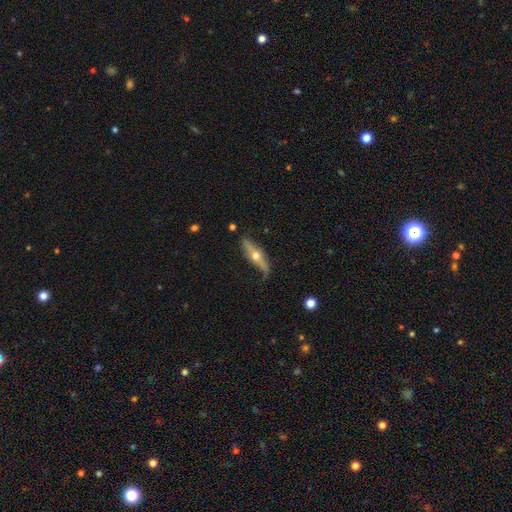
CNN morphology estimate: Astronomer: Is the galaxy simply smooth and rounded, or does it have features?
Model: featured or disk — 70%.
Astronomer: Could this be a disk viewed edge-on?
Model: yes — 78%.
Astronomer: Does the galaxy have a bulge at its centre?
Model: rounded — 95%.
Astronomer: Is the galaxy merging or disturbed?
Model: none — 65%.